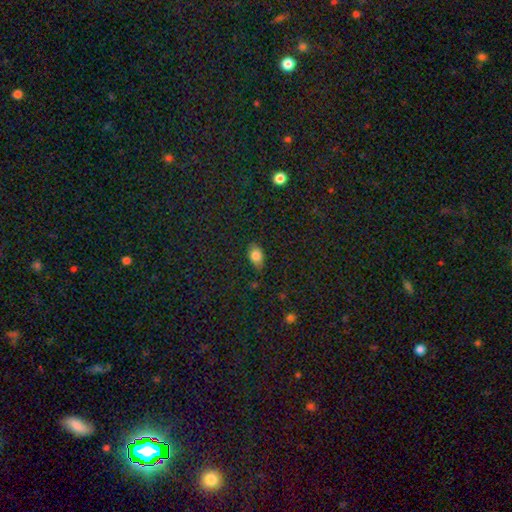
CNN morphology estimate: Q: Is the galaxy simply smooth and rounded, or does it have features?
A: smooth — 82%.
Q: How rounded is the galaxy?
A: in between — 86%.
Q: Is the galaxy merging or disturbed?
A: none — 79%.